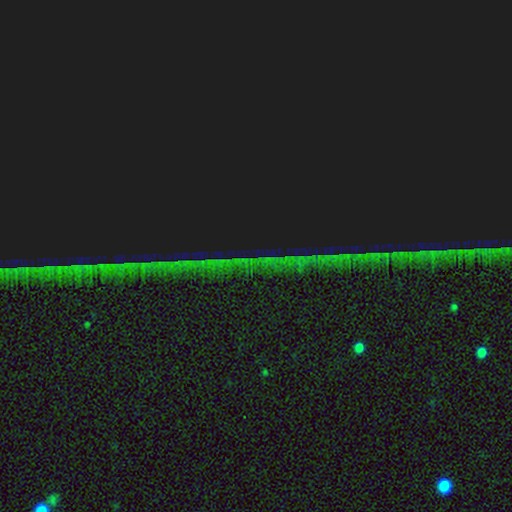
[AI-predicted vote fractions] Smooth or featured: star or artifact — 86% (featured or disk — 8%)